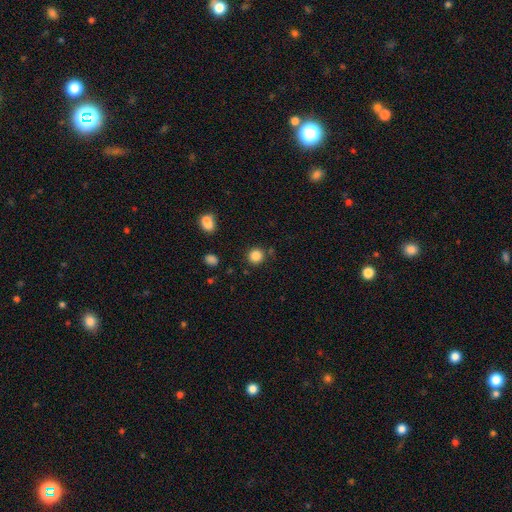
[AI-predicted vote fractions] smooth-or-featured: smooth: 85% | star or artifact: 11% | featured or disk: 4%
  how-rounded: round: 92% | in between: 7% | cigar-shaped: 1%
  merging: none: 85% | minor disturbance: 8% | merger: 4% | major disturbance: 3%